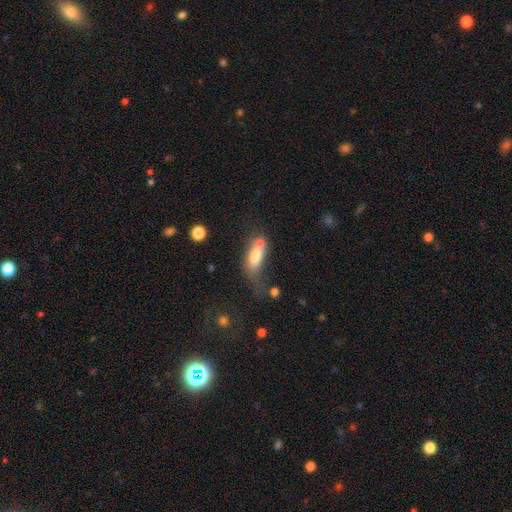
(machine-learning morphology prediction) Q: Smooth or featured?
A: smooth (72%); runner-up: featured or disk (19%)
Q: How rounded?
A: in between (72%); runner-up: cigar-shaped (25%)
Q: Merging?
A: merger (28%); runner-up: none (26%)